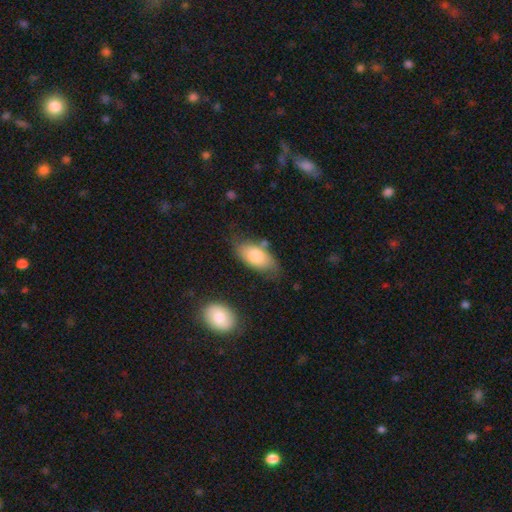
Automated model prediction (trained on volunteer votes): Morphology: type=smooth (77%); roundness=in between (92%); merging=none (60%).